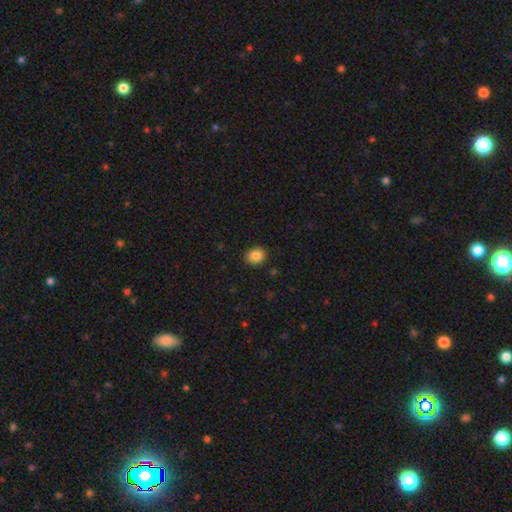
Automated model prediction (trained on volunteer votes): Smooth or featured?
  - smooth: 86% *
  - star or artifact: 9%
  - featured or disk: 4%
How rounded?
  - round: 56% *
  - in between: 43%
  - cigar-shaped: 1%
Merging?
  - none: 87% *
  - minor disturbance: 10%
  - major disturbance: 2%
  - merger: 1%